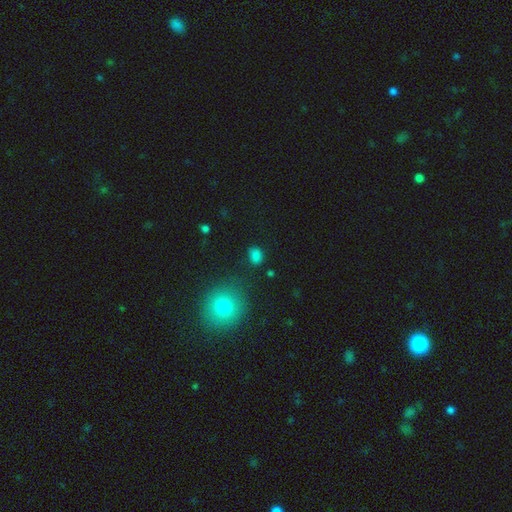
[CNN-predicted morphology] Smooth or featured? smooth (79%)
How rounded? in between (62%)
Merging? none (79%)